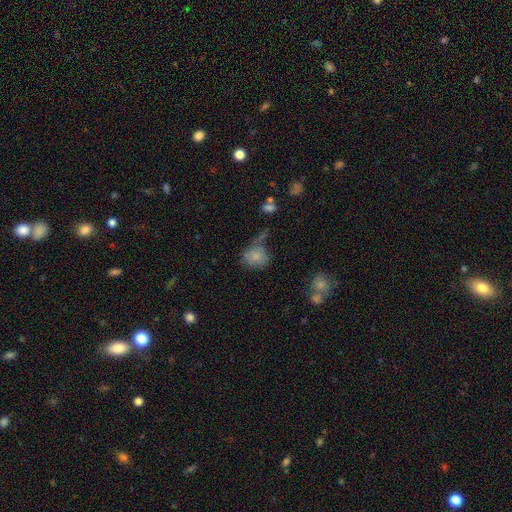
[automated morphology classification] The model was most divided on "merging": none: 41%, minor disturbance: 24%, merger: 18%, major disturbance: 17%. More confident: smooth or featured — smooth (75%); how rounded — round (61%).